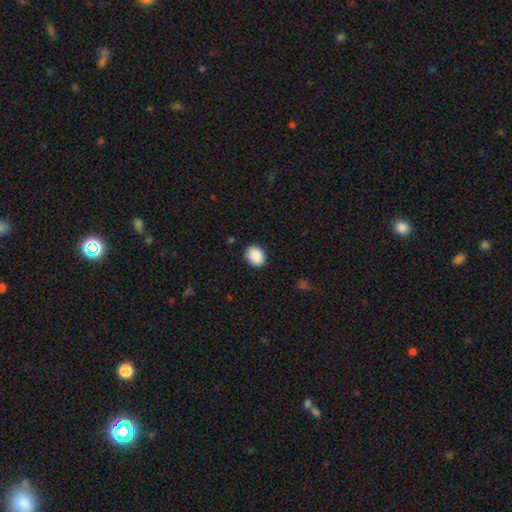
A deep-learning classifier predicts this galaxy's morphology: smooth 89%, star or artifact 7%, featured or disk 3%. Down the decision tree: how rounded — in between (60%); merging — none (85%).